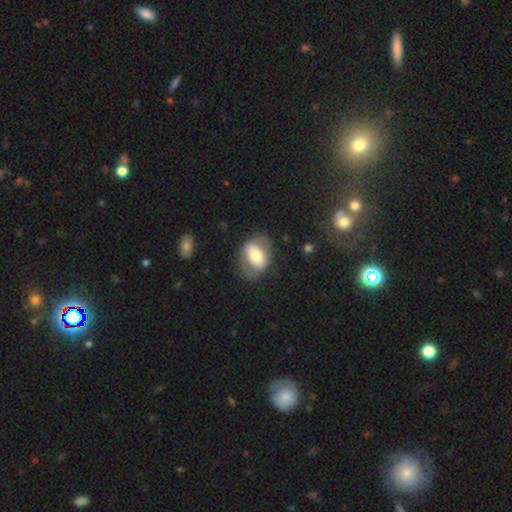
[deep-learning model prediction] Smooth or featured: smooth — 47% (featured or disk — 46%)
Merging: none — 68% (minor disturbance — 18%)